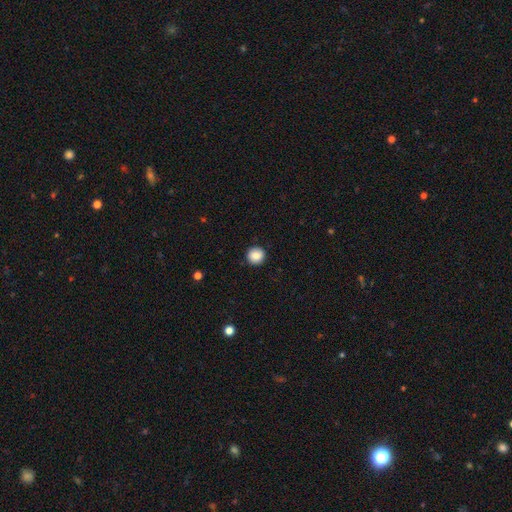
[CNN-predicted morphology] smooth-or-featured: smooth: 86% | star or artifact: 9% | featured or disk: 5%
  how-rounded: round: 92% | in between: 7% | cigar-shaped: 1%
  merging: none: 90% | minor disturbance: 7% | major disturbance: 2% | merger: 1%